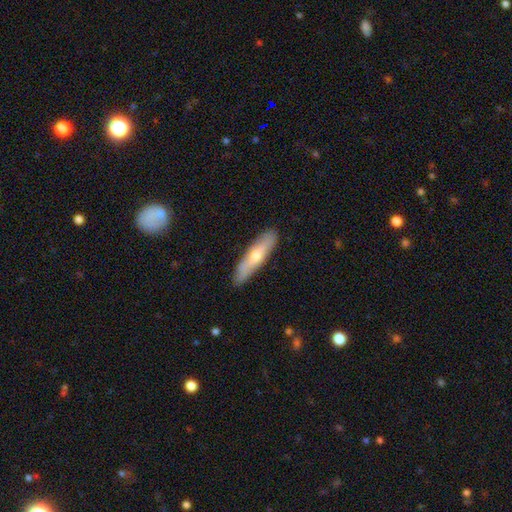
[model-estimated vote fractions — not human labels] Smooth or featured?
  - smooth: 52% *
  - featured or disk: 43%
  - star or artifact: 6%
How rounded?
  - cigar-shaped: 78% *
  - in between: 20%
  - round: 2%
Merging?
  - none: 87% *
  - minor disturbance: 10%
  - major disturbance: 2%
  - merger: 1%